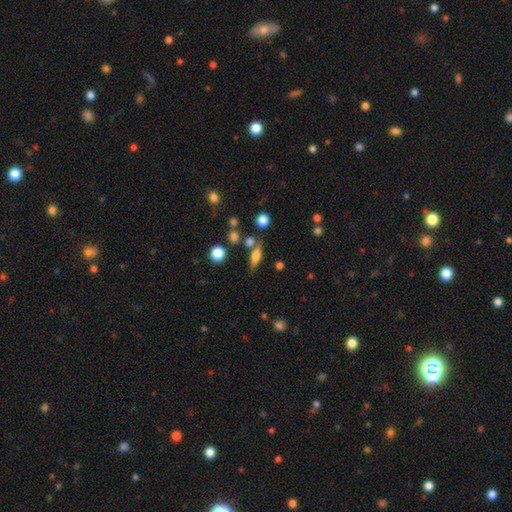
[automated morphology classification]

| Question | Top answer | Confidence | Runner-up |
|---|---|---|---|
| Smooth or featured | smooth | 61% | featured or disk (29%) |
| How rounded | in between | 53% | cigar-shaped (40%) |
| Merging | none | 68% | minor disturbance (15%) |